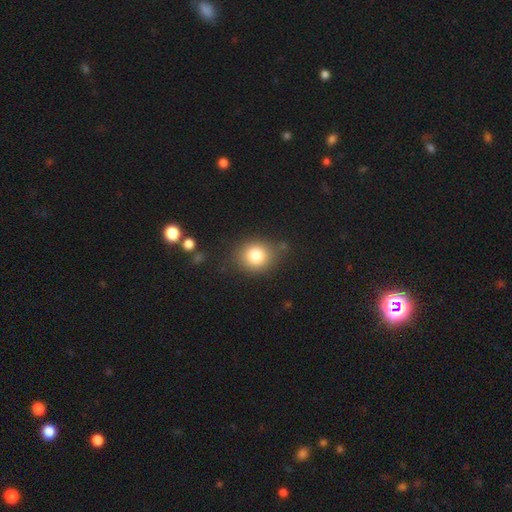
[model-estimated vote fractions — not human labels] This appears to be a smooth galaxy with no disk features (82%) that is round (73%). Merging: none (77%).